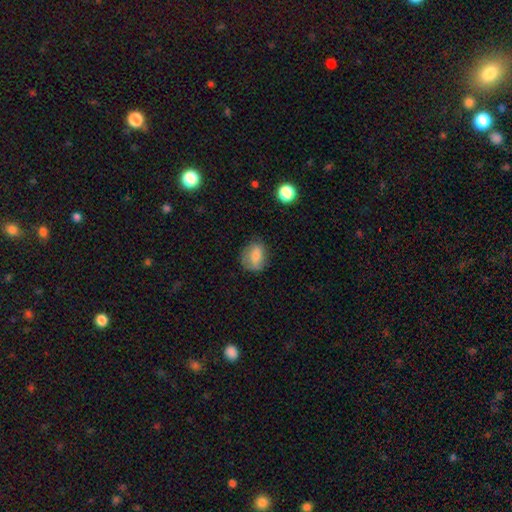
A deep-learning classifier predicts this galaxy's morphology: type=smooth (76%); roundness=in between (58%); merging=none (67%).